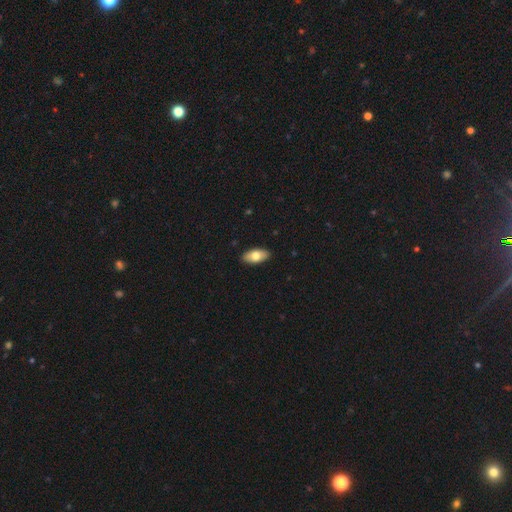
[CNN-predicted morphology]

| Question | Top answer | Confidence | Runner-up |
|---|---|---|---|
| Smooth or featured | smooth | 75% | featured or disk (19%) |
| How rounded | in between | 91% | cigar-shaped (6%) |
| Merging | none | 90% | minor disturbance (8%) |